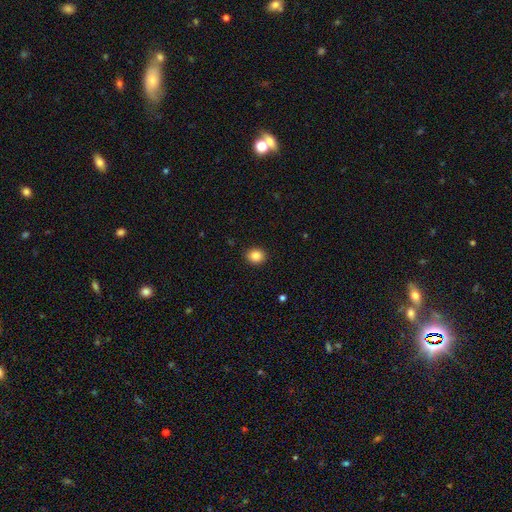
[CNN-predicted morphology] Q: Smooth or featured?
A: smooth (86%); runner-up: star or artifact (10%)
Q: How rounded?
A: round (70%); runner-up: in between (29%)
Q: Merging?
A: none (91%); runner-up: minor disturbance (6%)